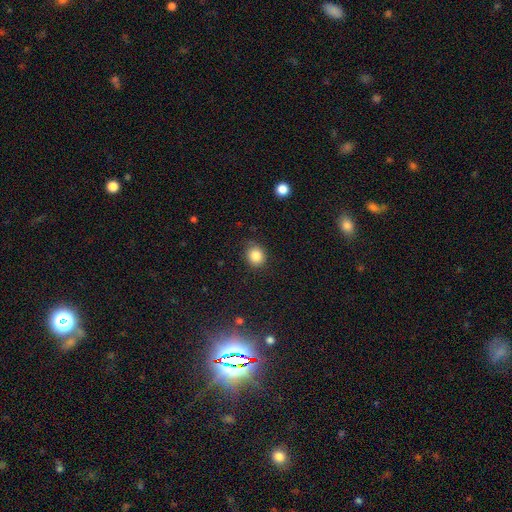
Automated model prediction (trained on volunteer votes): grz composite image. It shows a smooth galaxy with no disk features (84%) that is round (79%). Merging: none (84%).